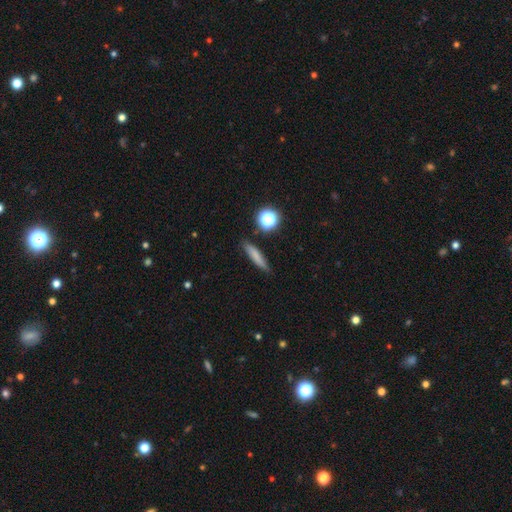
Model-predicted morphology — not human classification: smooth 75%, featured or disk 15%, star or artifact 10%. Down the decision tree: how rounded — cigar-shaped (83%); merging — none (83%).